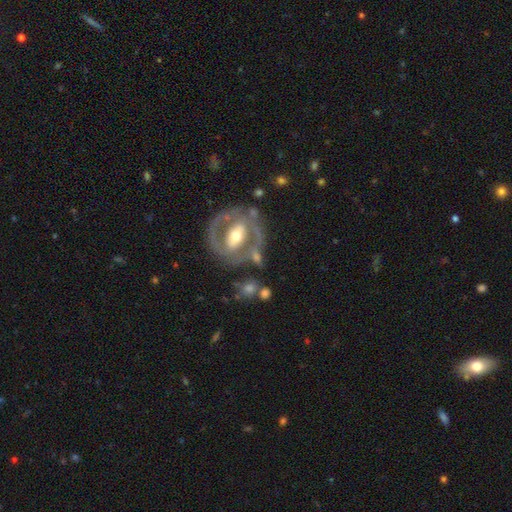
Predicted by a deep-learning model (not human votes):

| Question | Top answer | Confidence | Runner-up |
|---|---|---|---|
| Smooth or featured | featured or disk | 78% | smooth (17%) |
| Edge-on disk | no | 95% | yes (5%) |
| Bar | strong | 40% | weak (33%) |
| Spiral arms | yes | 62% | no (38%) |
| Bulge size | moderate | 69% | small (18%) |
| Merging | none | 66% | minor disturbance (16%) |